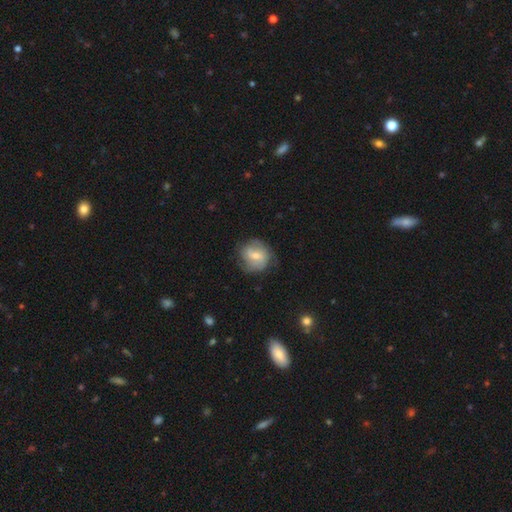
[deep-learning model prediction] A featured or disk galaxy (50%). Merging: none (71%).